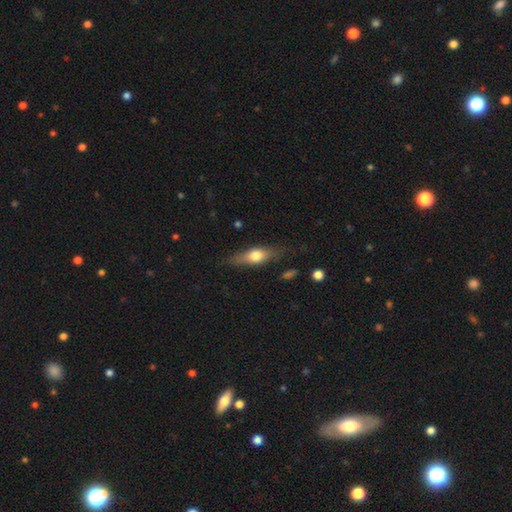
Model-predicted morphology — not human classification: This appears to be a smooth galaxy with no disk features (54%) that is cigar-shaped (49%). Merging: none (76%).